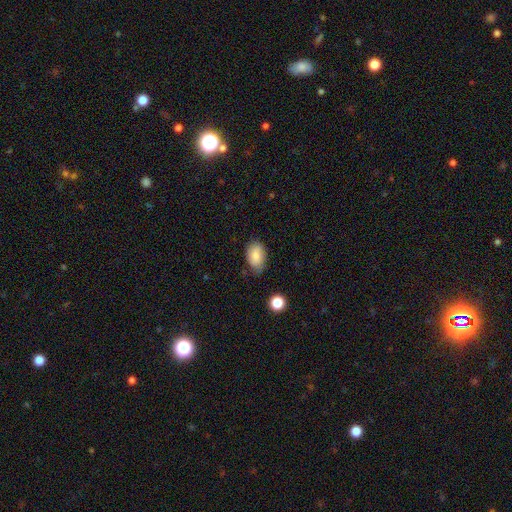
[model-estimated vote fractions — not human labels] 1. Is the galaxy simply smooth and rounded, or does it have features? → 84% smooth, 8% featured or disk, 7% star or artifact.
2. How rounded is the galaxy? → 90% in between, 8% round, 1% cigar-shaped.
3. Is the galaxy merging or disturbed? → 66% none, 27% minor disturbance, 5% major disturbance, 2% merger.